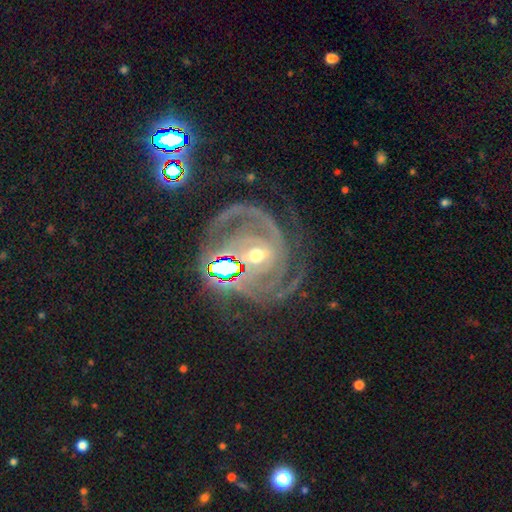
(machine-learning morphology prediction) This is clearly a featured or disk galaxy (87%). It is clearly not viewed edge-on (97%). Bar: marginally strong (36%). Spiral arm pattern: clearly yes (93%). Spiral arm count: possibly 2 (54%). Spiral winding: possibly medium (46%). Central bulge: likely moderate (61%). Merging: possibly none (51%).